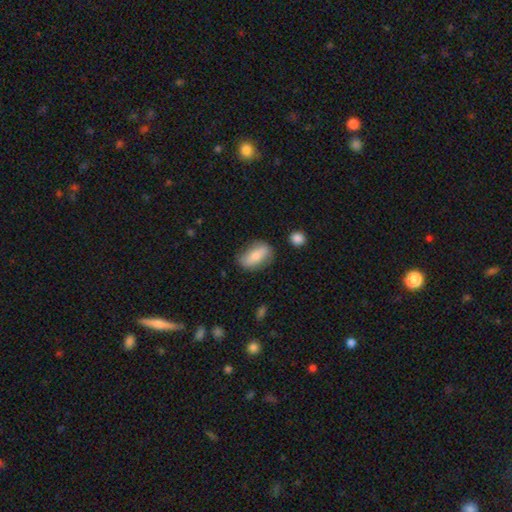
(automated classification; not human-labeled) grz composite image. It shows a smooth galaxy with no disk features (66%) that is in between round and cigar-shaped (83%). Merging: none (72%).